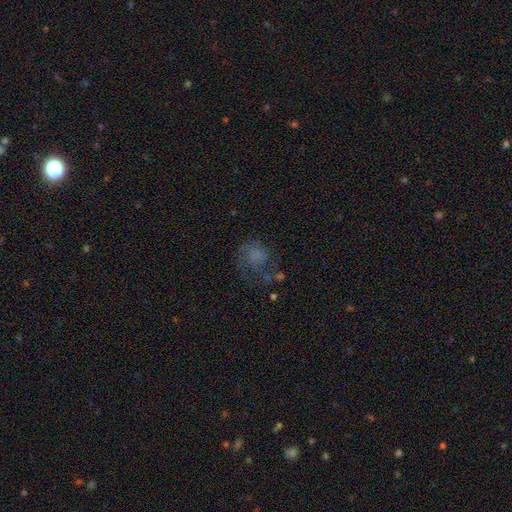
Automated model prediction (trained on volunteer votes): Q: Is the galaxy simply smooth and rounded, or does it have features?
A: smooth — 53%.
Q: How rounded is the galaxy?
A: round — 69%.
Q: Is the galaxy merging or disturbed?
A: none — 45%.